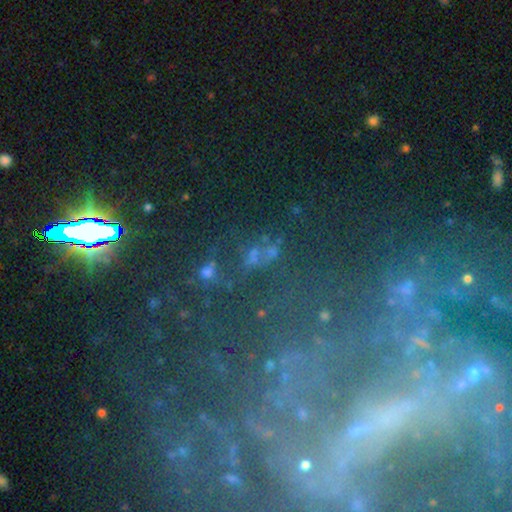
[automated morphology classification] smooth-or-featured: star or artifact: 49% | smooth: 31% | featured or disk: 20%